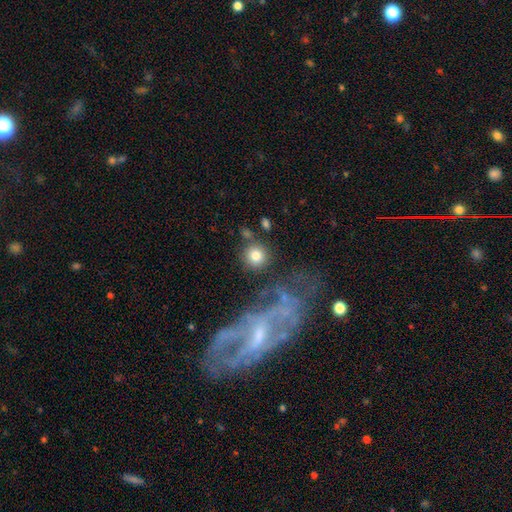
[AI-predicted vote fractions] Q: Smooth or featured?
A: smooth (80%); runner-up: featured or disk (11%)
Q: How rounded?
A: round (93%); runner-up: in between (6%)
Q: Merging?
A: none (76%); runner-up: minor disturbance (9%)